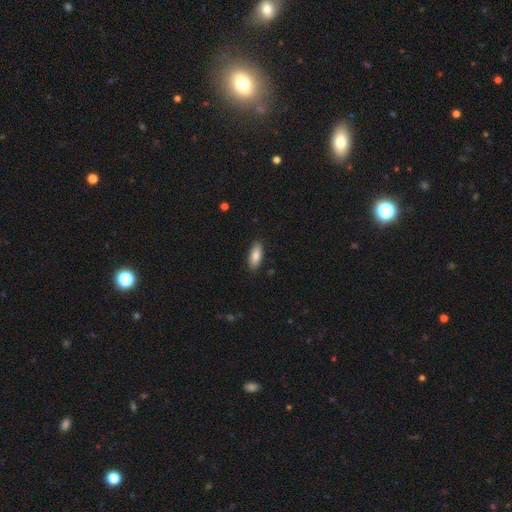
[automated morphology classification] A smooth galaxy with no disk features (86%) that is in between round and cigar-shaped (78%).

Vote fractions:
- Smooth or featured? smooth: 86% / featured or disk: 8% / star or artifact: 6%
- How rounded? in between: 78% / cigar-shaped: 20% / round: 2%
- Merging? none: 87% / minor disturbance: 10% / major disturbance: 2% / merger: 1%